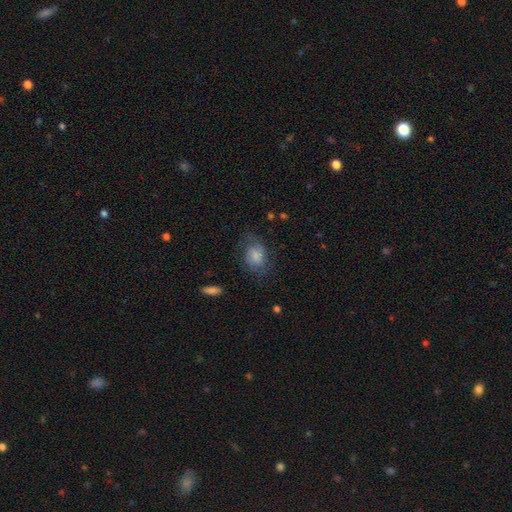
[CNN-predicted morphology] A smooth galaxy with no disk features (70%) that is in between round and cigar-shaped (71%).

Vote fractions:
- Smooth or featured? smooth: 70% / featured or disk: 22% / star or artifact: 8%
- How rounded? in between: 71% / round: 28% / cigar-shaped: 1%
- Merging? none: 58% / minor disturbance: 24% / major disturbance: 16% / merger: 2%